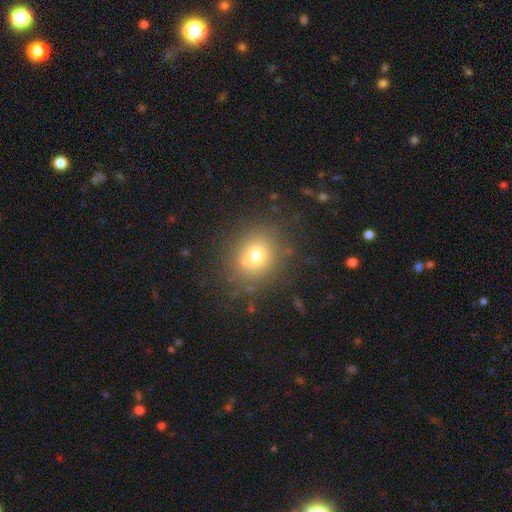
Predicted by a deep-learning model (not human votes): Smooth or featured: smooth — 73% (star or artifact — 15%)
How rounded: round — 67% (in between — 32%)
Merging: none — 79% (minor disturbance — 13%)